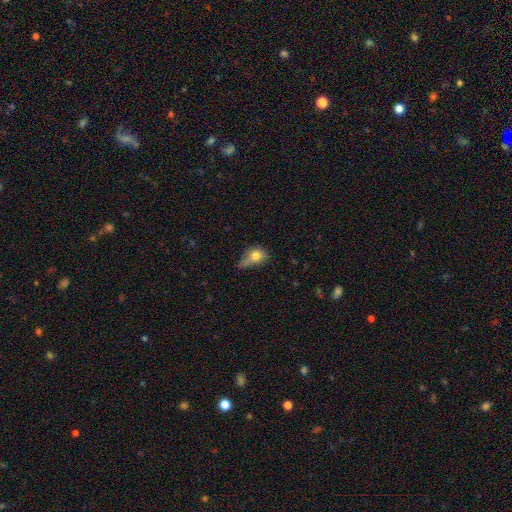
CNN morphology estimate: Smooth or featured?
  - smooth: 75% *
  - featured or disk: 15%
  - star or artifact: 10%
How rounded?
  - in between: 59% *
  - round: 38%
  - cigar-shaped: 4%
Merging?
  - minor disturbance: 37% *
  - major disturbance: 28%
  - none: 26%
  - merger: 10%